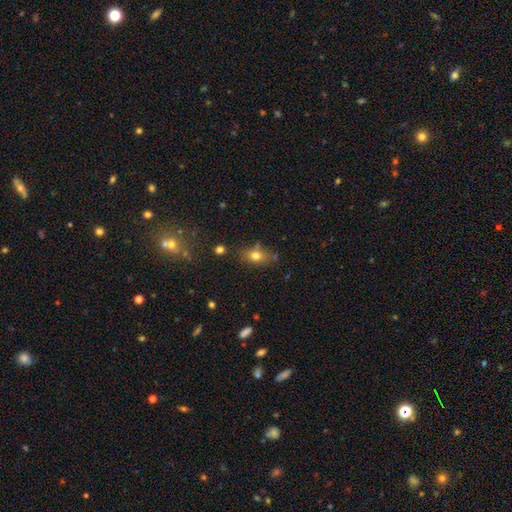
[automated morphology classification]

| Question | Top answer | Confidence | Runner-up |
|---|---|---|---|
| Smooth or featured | smooth | 74% | star or artifact (13%) |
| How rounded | in between | 71% | round (24%) |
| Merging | none | 67% | minor disturbance (20%) |